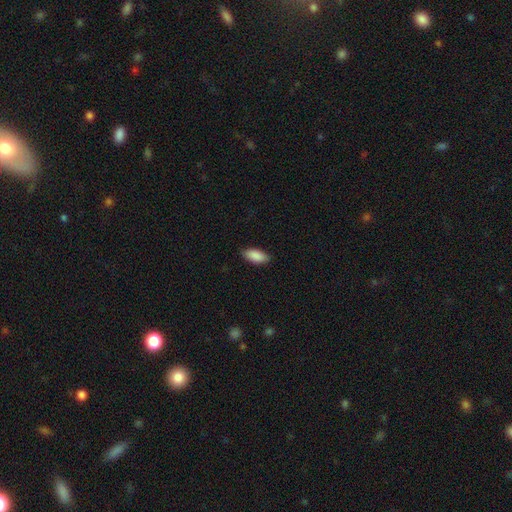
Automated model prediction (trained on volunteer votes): A smooth galaxy with no disk features (90%) that is in between round and cigar-shaped (89%). Merging: none (87%).